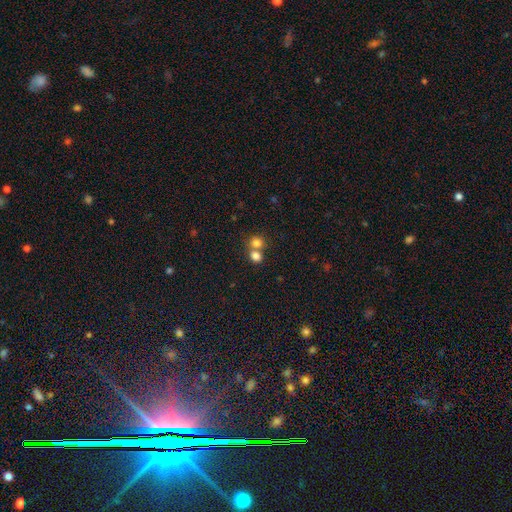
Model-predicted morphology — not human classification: smooth_or_featured: smooth (p=0.79) [alt: star or artifact p=0.12]
how_rounded: round (p=0.70) [alt: in between p=0.29]
merging: merger (p=0.54) [alt: none p=0.37]